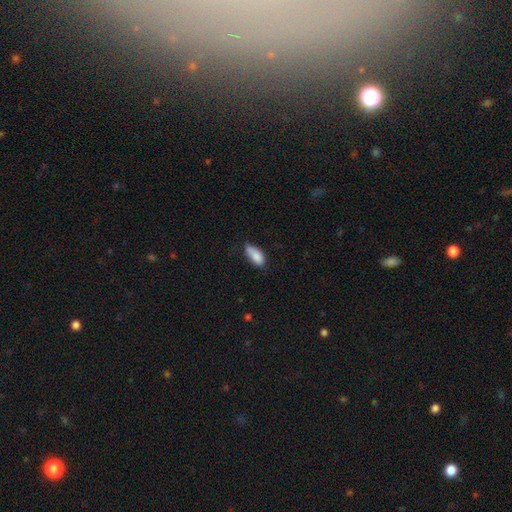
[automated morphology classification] This appears to be a smooth galaxy with no disk features (86%) that is in between round and cigar-shaped (87%). Merging: none (53%).